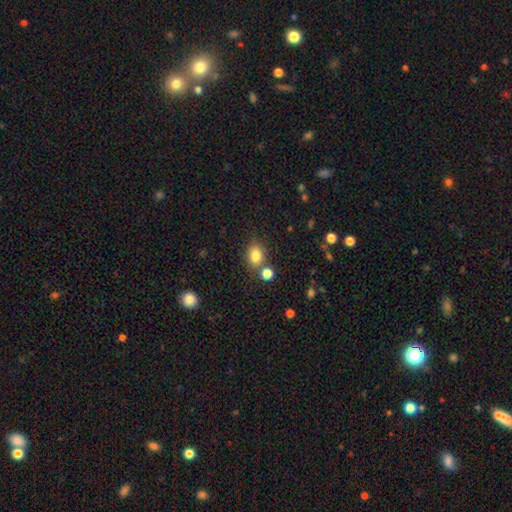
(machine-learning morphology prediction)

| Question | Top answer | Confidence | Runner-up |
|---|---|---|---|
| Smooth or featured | smooth | 83% | star or artifact (11%) |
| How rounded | in between | 52% | round (47%) |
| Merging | none | 71% | merger (13%) |